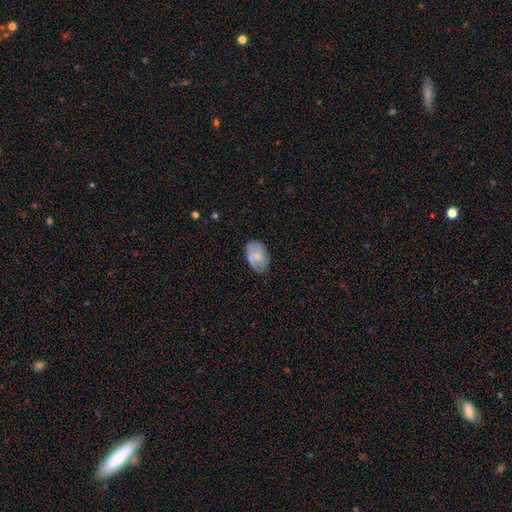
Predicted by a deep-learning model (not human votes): Smooth or featured? smooth (65%)
How rounded? in between (87%)
Merging? none (66%)